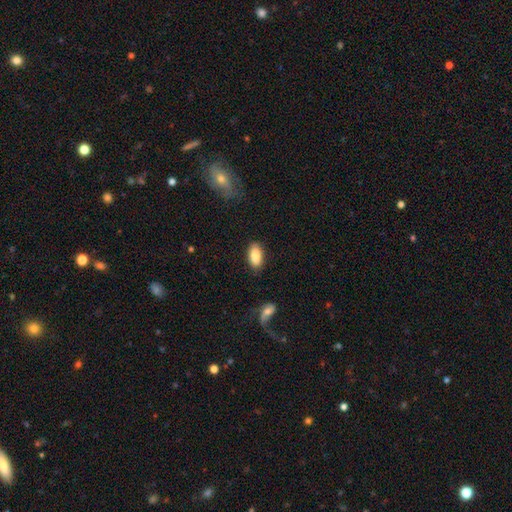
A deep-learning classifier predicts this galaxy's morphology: Overall: smooth (86%). How rounded: in between (93%). Merging: none (85%).